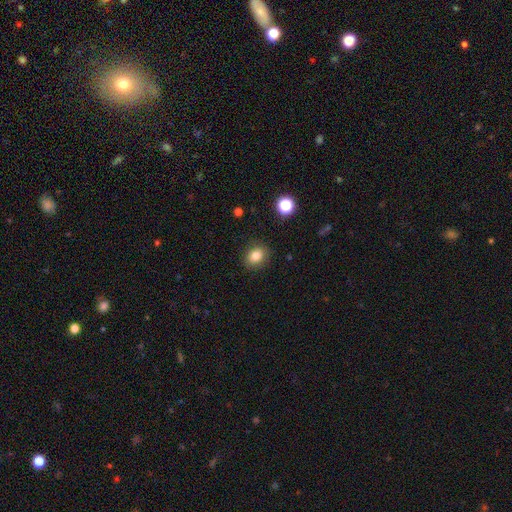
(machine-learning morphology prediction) Smooth or featured? Predicted: smooth (p=0.82). How rounded? Predicted: round (p=0.51). Merging? Predicted: none (p=0.86).